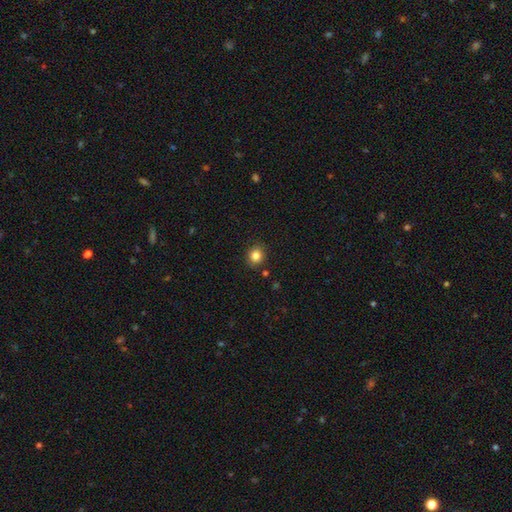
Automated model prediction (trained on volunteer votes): smooth-or-featured: smooth: 84% | star or artifact: 11% | featured or disk: 5%
  how-rounded: round: 78% | in between: 21% | cigar-shaped: 1%
  merging: none: 88% | minor disturbance: 8% | major disturbance: 2% | merger: 2%